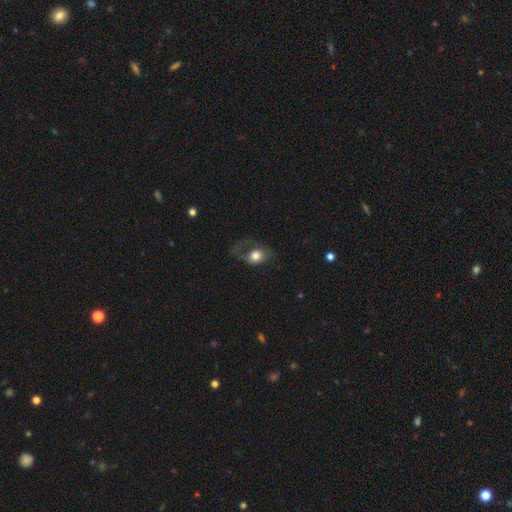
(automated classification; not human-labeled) The model was most divided on "how rounded": in between: 54%, round: 45%, cigar-shaped: 1%. Remaining: smooth or featured — smooth (66%); merging — major disturbance (47%).